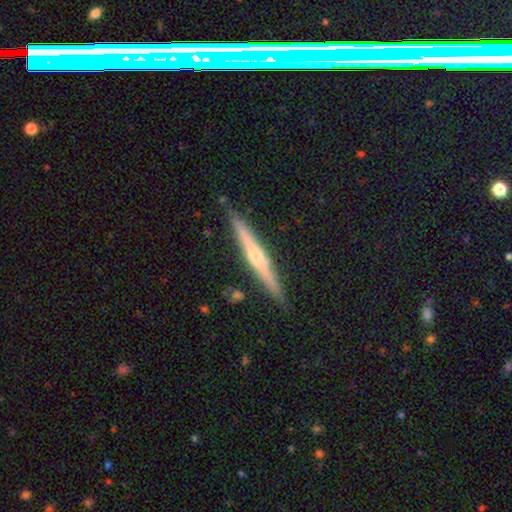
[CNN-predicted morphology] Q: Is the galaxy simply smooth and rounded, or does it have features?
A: featured or disk — 67%.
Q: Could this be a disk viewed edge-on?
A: yes — 97%.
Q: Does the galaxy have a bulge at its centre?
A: rounded — 72%.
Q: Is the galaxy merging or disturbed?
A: none — 89%.